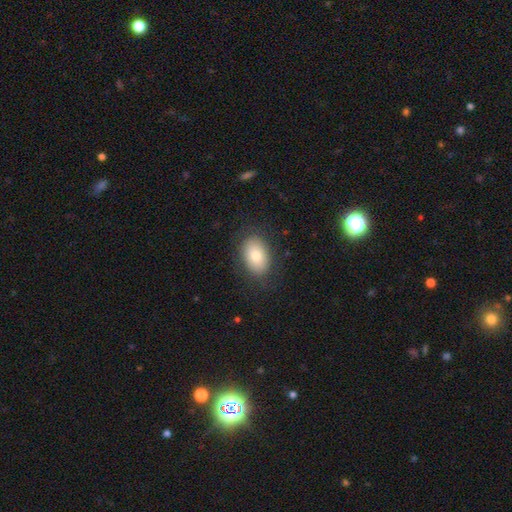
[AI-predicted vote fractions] smooth-or-featured: smooth: 78% | featured or disk: 13% | star or artifact: 9%
  how-rounded: in between: 84% | round: 15% | cigar-shaped: 1%
  merging: none: 84% | minor disturbance: 11% | major disturbance: 4% | merger: 1%